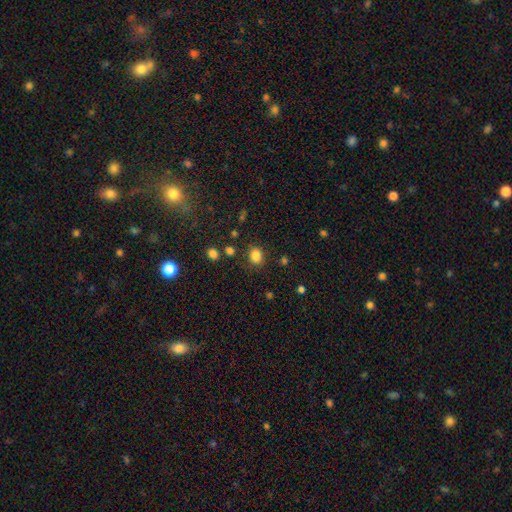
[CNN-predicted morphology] A smooth galaxy with no disk features (84%) that is round (57%). Merging: none (83%).